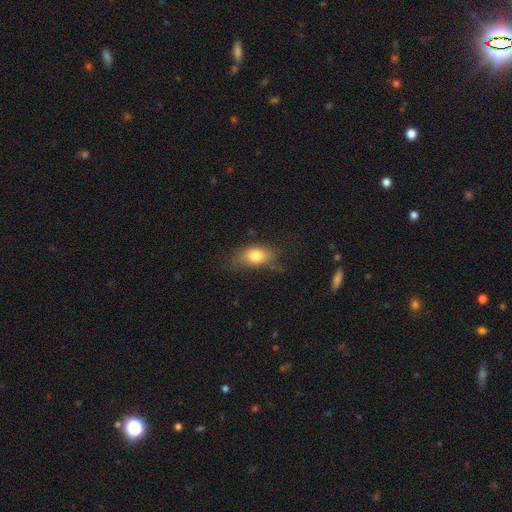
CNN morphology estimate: smooth-or-featured: smooth: 78% | featured or disk: 13% | star or artifact: 9%
  how-rounded: in between: 79% | round: 17% | cigar-shaped: 4%
  merging: none: 66% | minor disturbance: 23% | major disturbance: 9% | merger: 2%